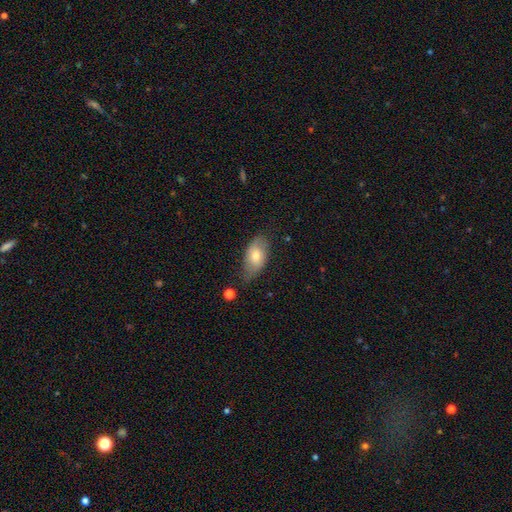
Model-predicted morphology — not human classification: smooth 68%, featured or disk 24%, star or artifact 8%. Down the decision tree: how rounded — in between (90%); merging — none (65%).